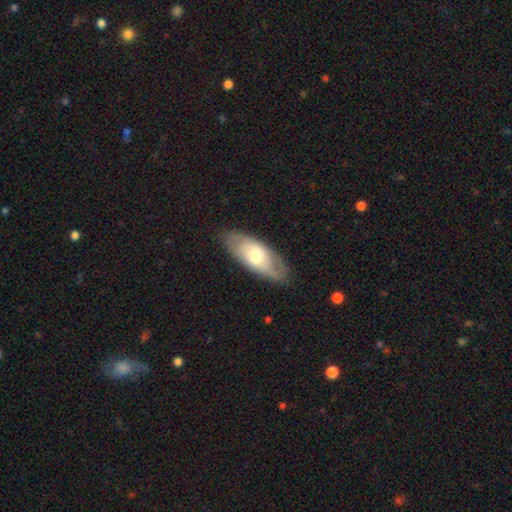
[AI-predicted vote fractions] A smooth galaxy with no disk features (49%).

Vote fractions:
- Smooth or featured? smooth: 49% / featured or disk: 46% / star or artifact: 5%
- Merging? none: 82% / minor disturbance: 13% / major disturbance: 4% / merger: 1%